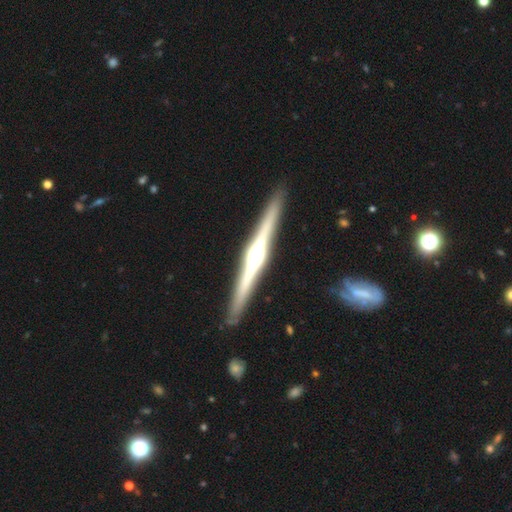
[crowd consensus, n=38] This is clearly a featured or disk galaxy (95%). It is clearly viewed edge-on (100%). Edge-on bulge: clearly rounded (89%). Merging: clearly none (97%).